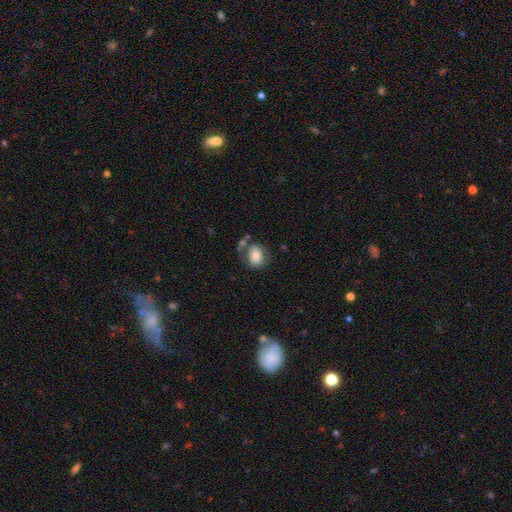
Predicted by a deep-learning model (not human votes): Smooth or featured? smooth (71%)
How rounded? in between (58%)
Merging? none (57%)